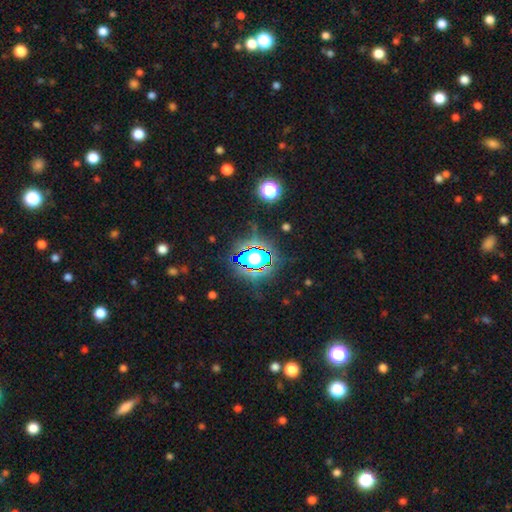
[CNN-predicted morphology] Smooth or featured? Predicted: star or artifact (p=0.69).